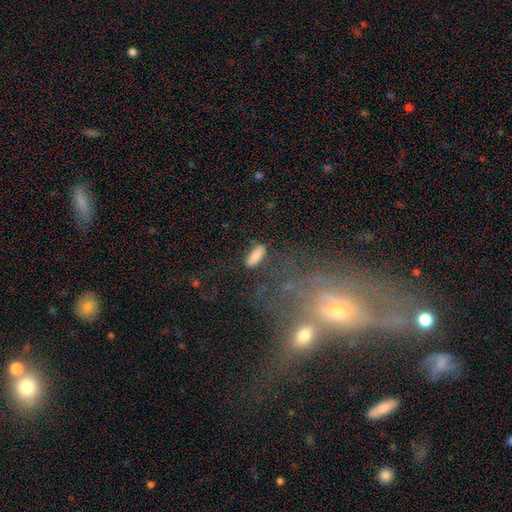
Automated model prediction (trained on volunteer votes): Smooth or featured: smooth — 82% (featured or disk — 10%)
How rounded: in between — 65% (cigar-shaped — 32%)
Merging: none — 76% (minor disturbance — 15%)